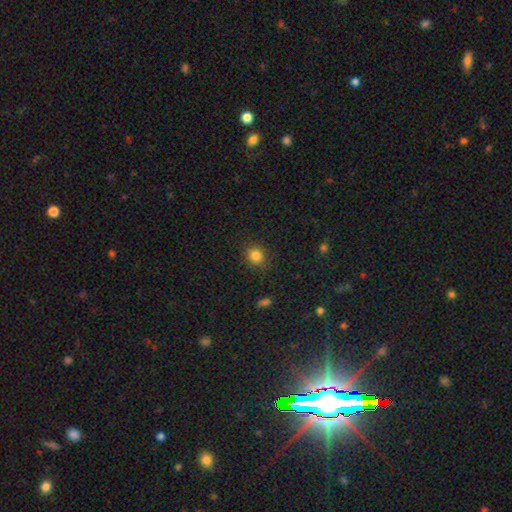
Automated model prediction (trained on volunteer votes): A smooth galaxy with no disk features (83%) that is round (82%). Merging: none (87%).